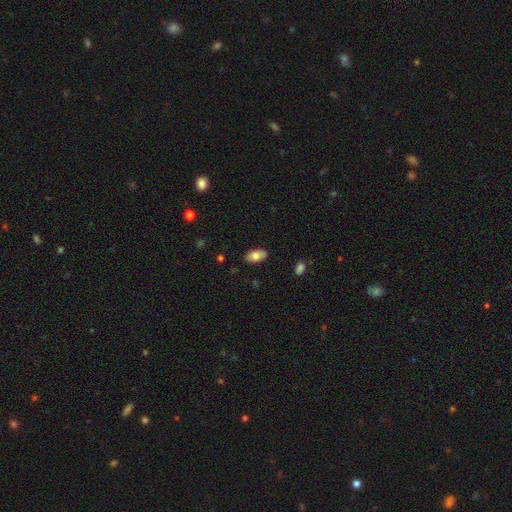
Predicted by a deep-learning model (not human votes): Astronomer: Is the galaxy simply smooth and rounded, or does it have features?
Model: smooth — 76%.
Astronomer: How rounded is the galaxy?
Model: in between — 94%.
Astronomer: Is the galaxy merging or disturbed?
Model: none — 87%.